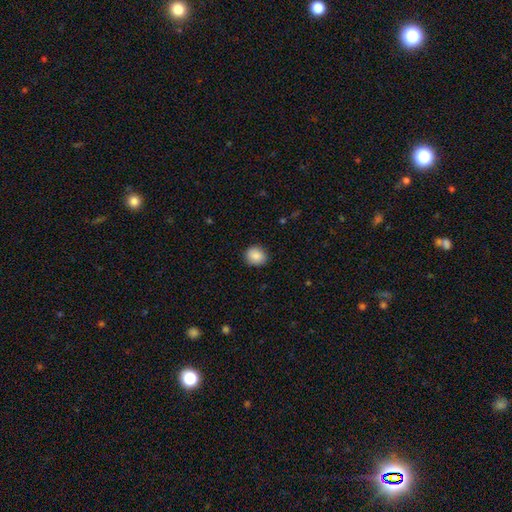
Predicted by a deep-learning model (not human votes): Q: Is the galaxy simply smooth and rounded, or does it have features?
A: smooth — 87%.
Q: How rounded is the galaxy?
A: round — 74%.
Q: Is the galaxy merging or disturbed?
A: none — 89%.